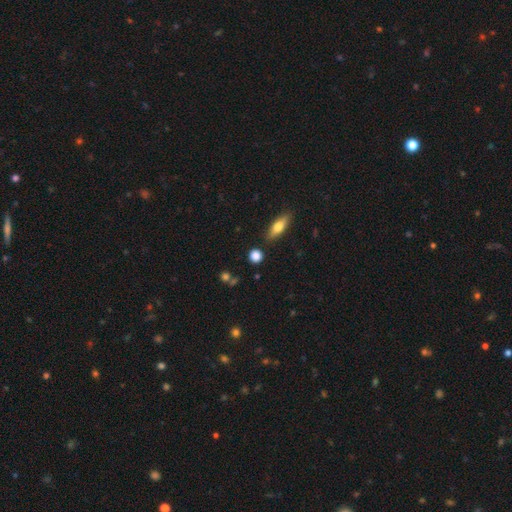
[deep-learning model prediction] Q: Smooth or featured?
A: smooth (84%); runner-up: star or artifact (11%)
Q: How rounded?
A: round (84%); runner-up: in between (13%)
Q: Merging?
A: none (83%); runner-up: minor disturbance (9%)